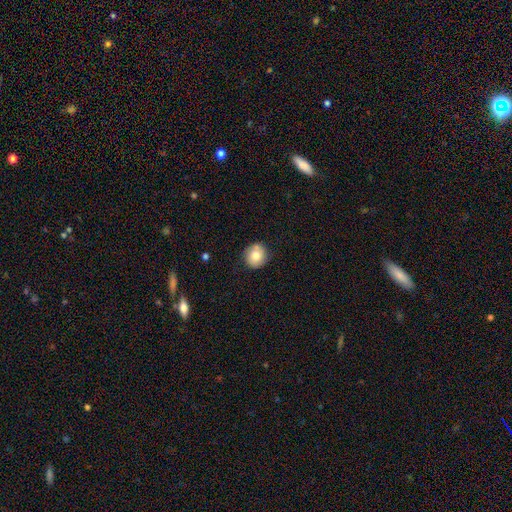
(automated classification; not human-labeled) smooth 75%, featured or disk 16%, star or artifact 9%. Down the decision tree: how rounded — round (90%); merging — none (82%).